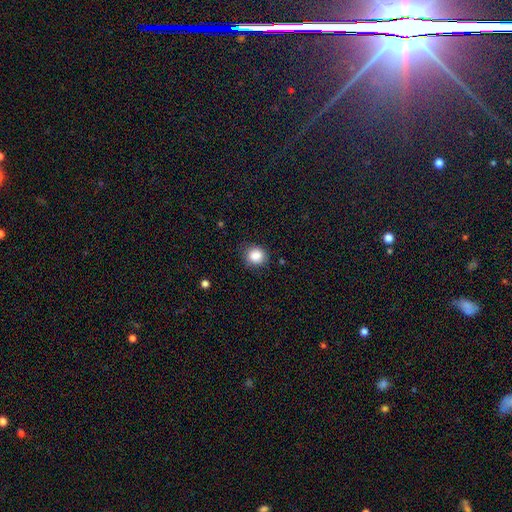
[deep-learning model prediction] Q: Smooth or featured?
A: smooth (86%); runner-up: star or artifact (10%)
Q: How rounded?
A: round (80%); runner-up: in between (19%)
Q: Merging?
A: none (82%); runner-up: minor disturbance (14%)